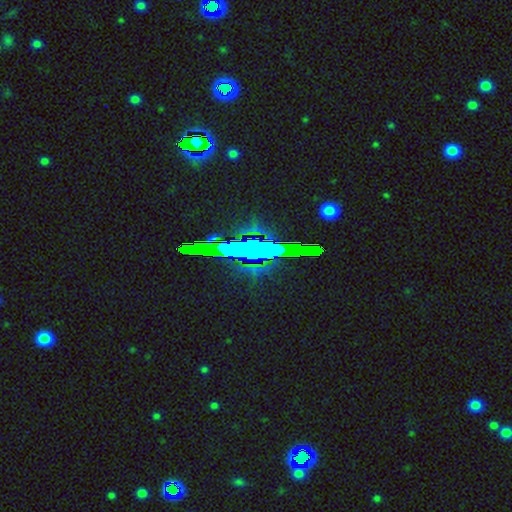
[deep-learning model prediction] A star or artifact, not a galaxy (67%).

Vote fractions:
- Smooth or featured? star or artifact: 67% / smooth: 19% / featured or disk: 14%